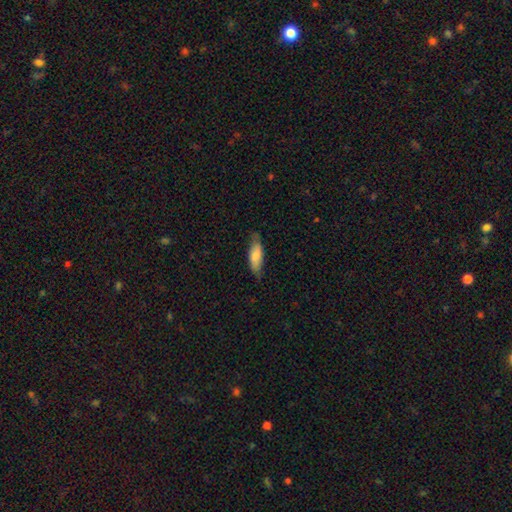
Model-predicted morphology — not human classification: Q: Smooth or featured?
A: smooth (77%); runner-up: featured or disk (17%)
Q: How rounded?
A: in between (61%); runner-up: cigar-shaped (37%)
Q: Merging?
A: none (68%); runner-up: minor disturbance (25%)